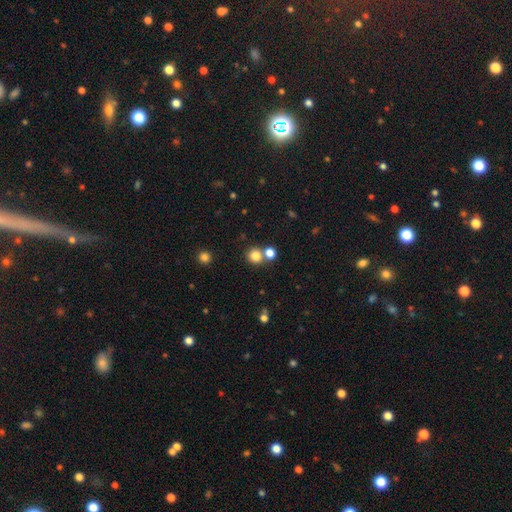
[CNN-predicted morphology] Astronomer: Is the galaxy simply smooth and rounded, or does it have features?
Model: smooth — 80%.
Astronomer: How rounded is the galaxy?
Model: round — 90%.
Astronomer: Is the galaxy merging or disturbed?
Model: none — 67%.